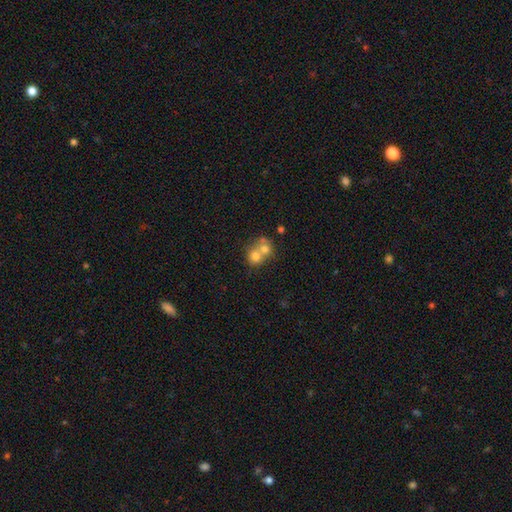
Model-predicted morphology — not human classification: A smooth galaxy with no disk features (69%) that is round (76%). Merging: merger (65%).